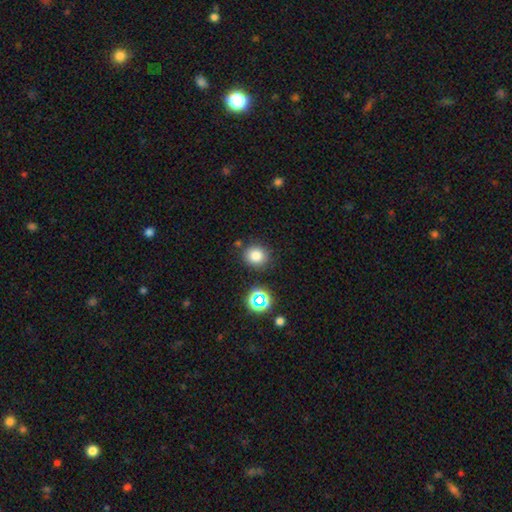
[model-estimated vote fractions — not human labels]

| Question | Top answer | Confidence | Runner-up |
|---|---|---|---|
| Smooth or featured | smooth | 80% | star or artifact (14%) |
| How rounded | round | 85% | in between (15%) |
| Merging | none | 84% | minor disturbance (9%) |